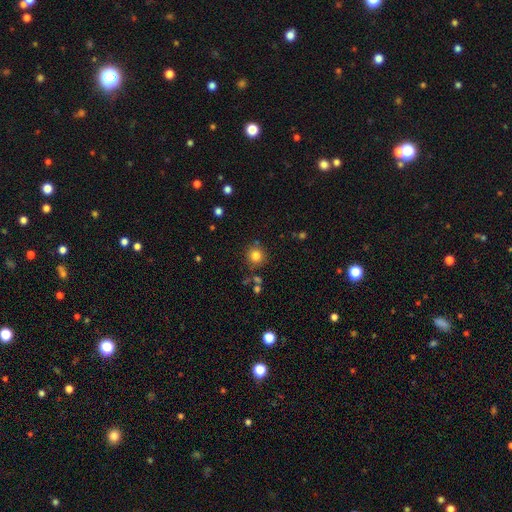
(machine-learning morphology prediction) This appears to be a smooth galaxy with no disk features (81%) that is round (93%). Merging: none (85%).